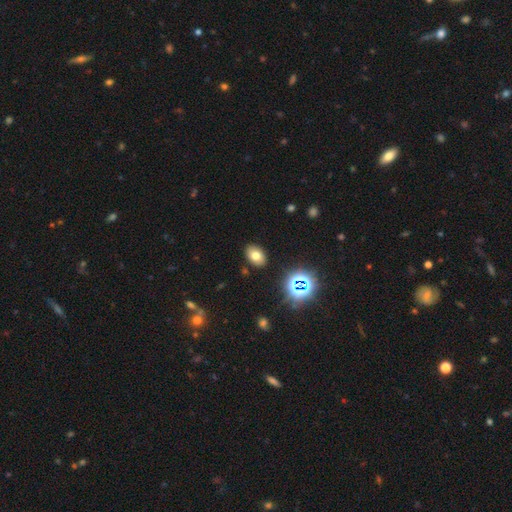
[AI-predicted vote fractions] A smooth galaxy with no disk features (72%) that is in between round and cigar-shaped (83%). Merging: none (87%).